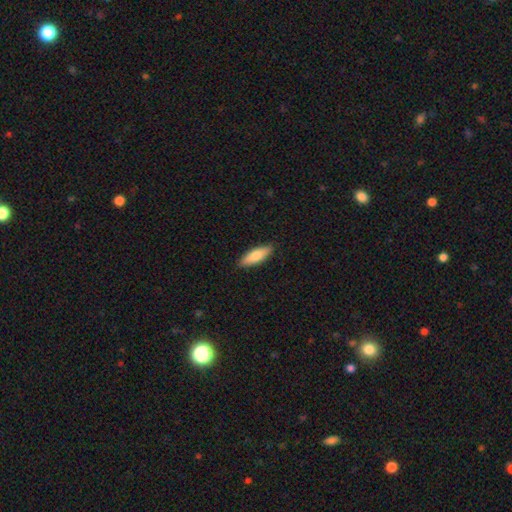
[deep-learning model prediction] Smooth or featured? smooth (79%)
How rounded? in between (55%)
Merging? none (89%)